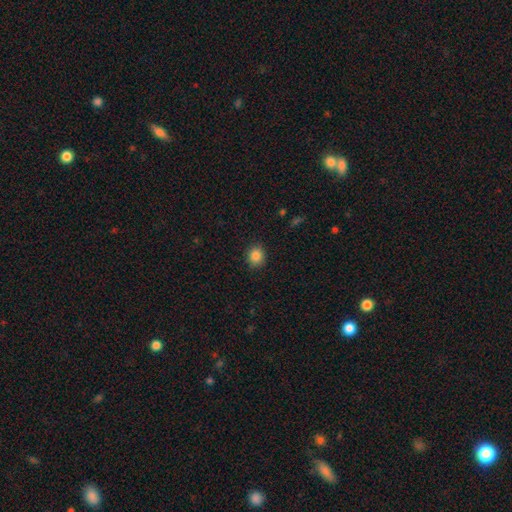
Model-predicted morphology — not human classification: type=smooth (85%); roundness=round (79%); merging=none (89%).